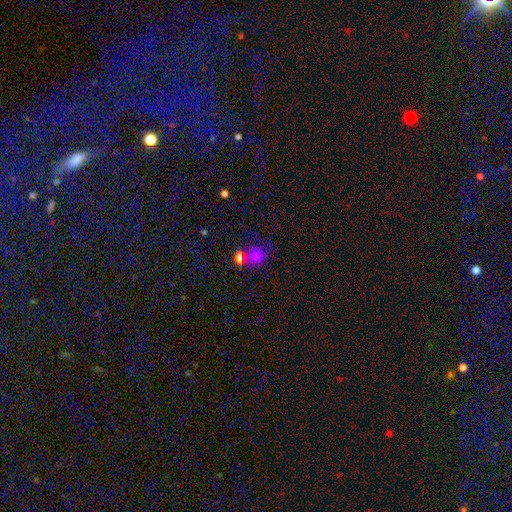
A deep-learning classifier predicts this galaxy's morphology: type=smooth (73%); roundness=round (84%); merging=none (63%).